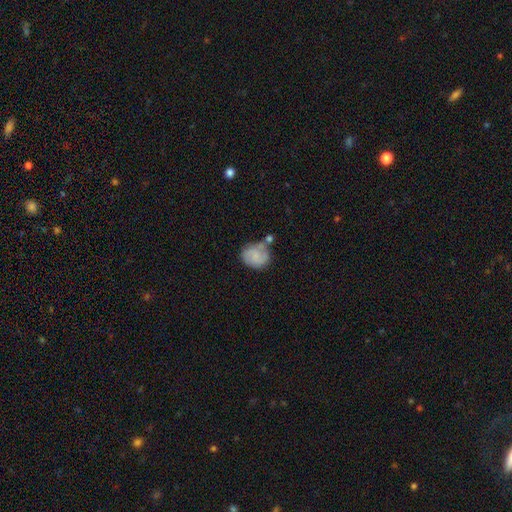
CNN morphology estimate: This appears to be a smooth galaxy with no disk features (55%) that is round (62%). Merging: none (43%).